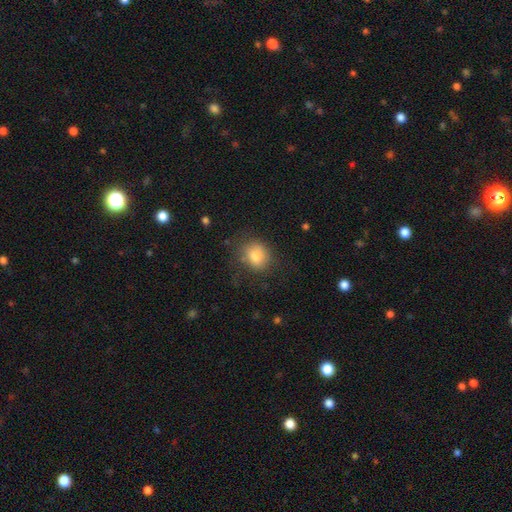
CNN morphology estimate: A smooth galaxy with no disk features (80%) that is round (72%). Merging: none (72%).